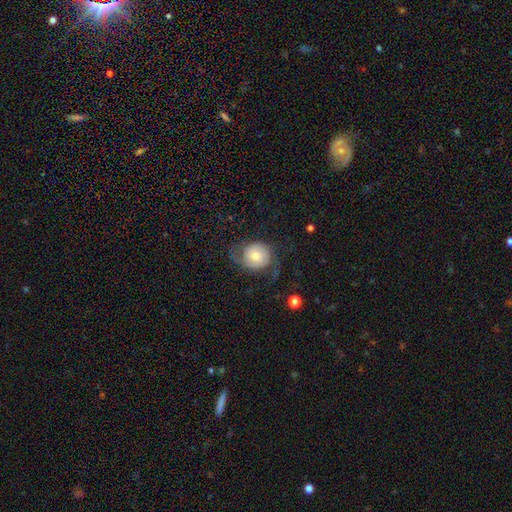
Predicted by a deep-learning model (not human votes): A featured or disk galaxy (60%) with no bar (76%), 2 (82%) loose (43%) spiral arms (90%) and a small central bulge (45%).

Vote fractions:
- Smooth or featured? featured or disk: 60% / smooth: 33% / star or artifact: 8%
- Edge-on disk? no: 97% / yes: 3%
- Bar? no: 76% / weak: 20% / strong: 4%
- Spiral arms? yes: 90% / no: 10%
- Spiral winding? loose: 43% / medium: 37% / tight: 21%
- Spiral arm count? 2: 82% / can't tell: 7% / 1: 5% / 3: 4% / 4: 1% / more than 4: 1%
- Bulge size? small: 45% / moderate: 38% / large: 9% / dominant: 5% / none: 4%
- Merging? none: 58% / minor disturbance: 20% / major disturbance: 20% / merger: 2%